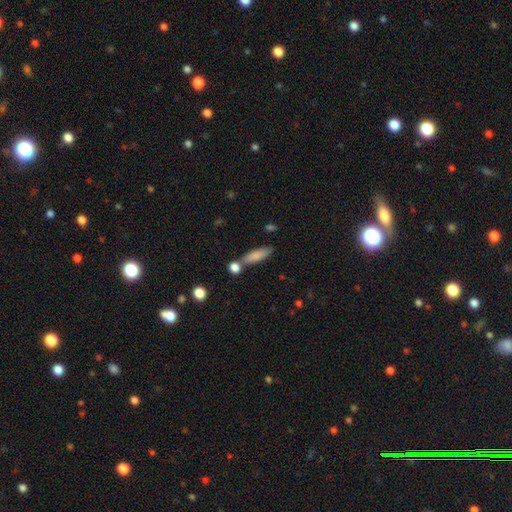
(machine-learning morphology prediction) A smooth galaxy with no disk features (81%) that is cigar-shaped (59%). Merging: none (66%).